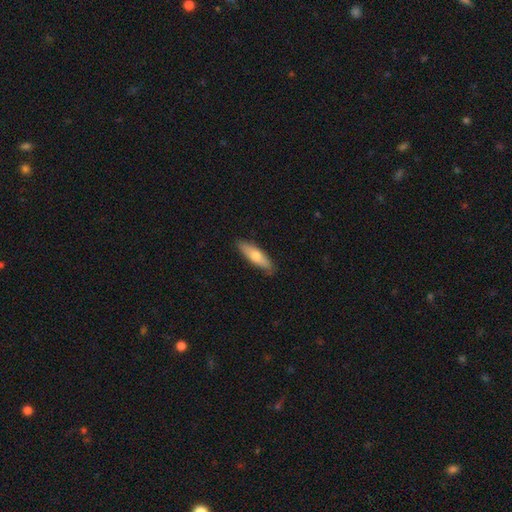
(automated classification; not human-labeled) Smooth or featured? smooth (67%)
How rounded? cigar-shaped (57%)
Merging? none (87%)